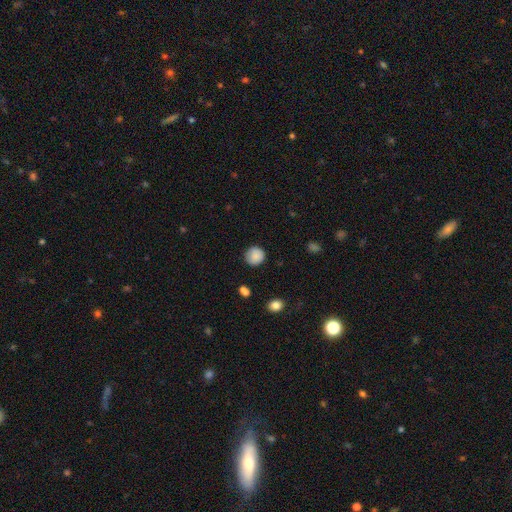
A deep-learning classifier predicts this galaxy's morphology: This is clearly a smooth galaxy (88%). How rounded: clearly round (91%). Merging: clearly none (85%).